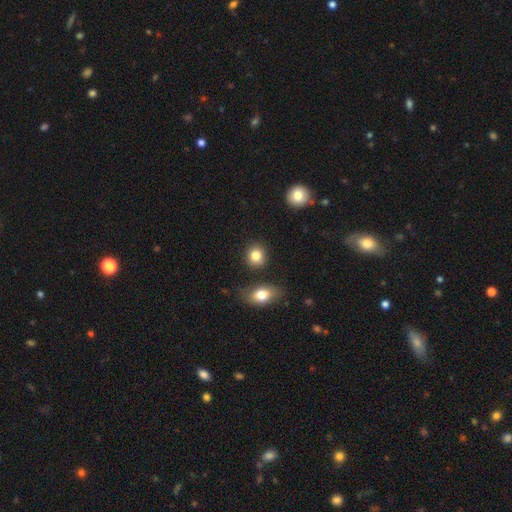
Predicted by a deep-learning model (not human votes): Morphology: type=smooth (83%); roundness=round (78%); merging=none (83%).